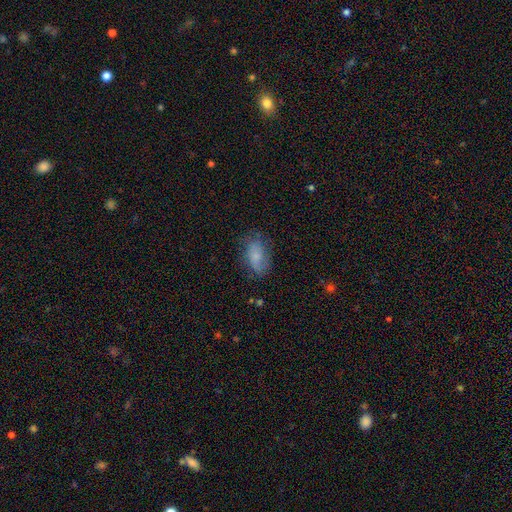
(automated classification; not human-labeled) smooth 64%, featured or disk 27%, star or artifact 9%. Down the decision tree: how rounded — in between (89%); merging — none (64%).